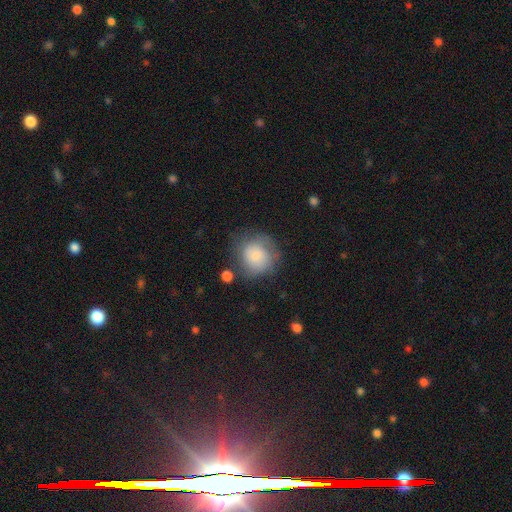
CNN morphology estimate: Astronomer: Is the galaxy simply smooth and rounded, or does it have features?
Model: smooth — 73%.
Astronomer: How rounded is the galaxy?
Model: round — 85%.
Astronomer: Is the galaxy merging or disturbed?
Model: none — 58%.